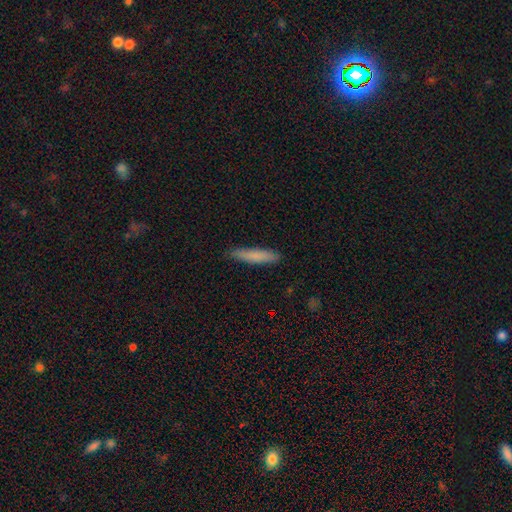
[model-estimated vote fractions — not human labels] smooth 80%, featured or disk 14%, star or artifact 6%. Down the decision tree: how rounded — cigar-shaped (90%); merging — none (86%).